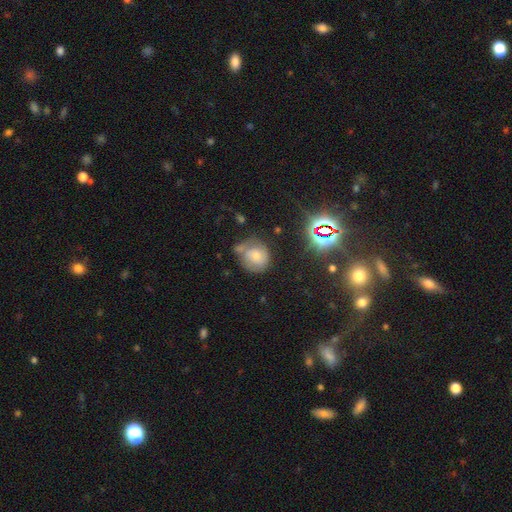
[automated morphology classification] Q: Smooth or featured?
A: smooth (58%); runner-up: featured or disk (27%)
Q: How rounded?
A: round (79%); runner-up: in between (20%)
Q: Merging?
A: none (47%); runner-up: minor disturbance (24%)